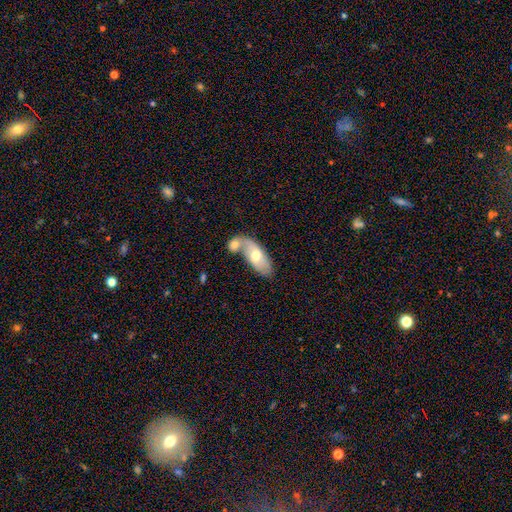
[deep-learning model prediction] smooth 56%, featured or disk 39%, star or artifact 6%. Down the decision tree: how rounded — in between (86%); merging — merger (55%).